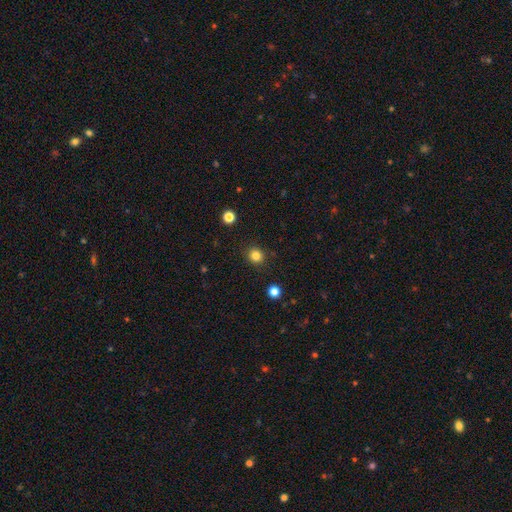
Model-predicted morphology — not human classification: Overall: smooth (83%). How rounded: round (87%). Merging: none (89%).